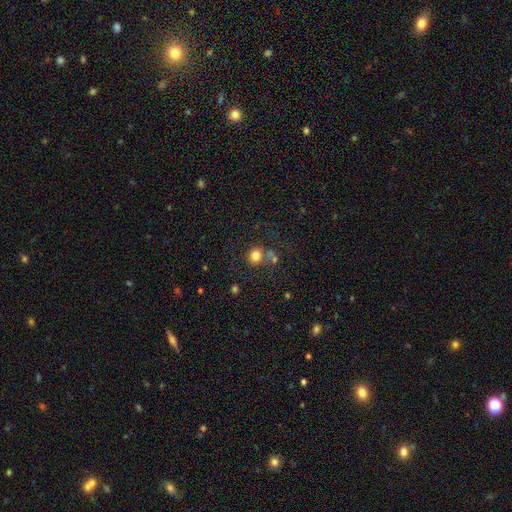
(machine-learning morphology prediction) type=smooth (79%); roundness=round (83%); merging=none (63%).